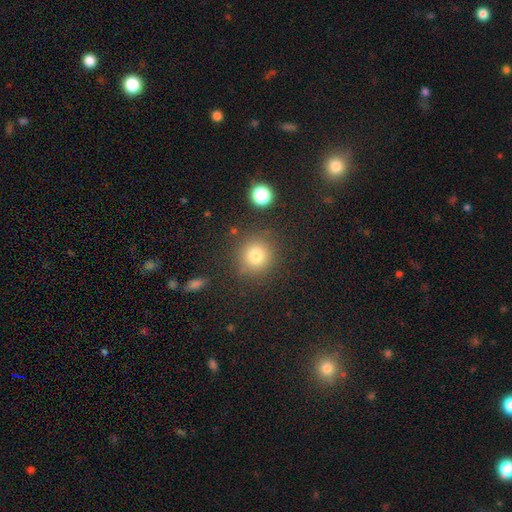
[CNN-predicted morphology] Smooth or featured?
  - smooth: 78% *
  - star or artifact: 14%
  - featured or disk: 8%
How rounded?
  - round: 92% *
  - in between: 7%
  - cigar-shaped: 1%
Merging?
  - none: 84% *
  - minor disturbance: 9%
  - major disturbance: 4%
  - merger: 3%